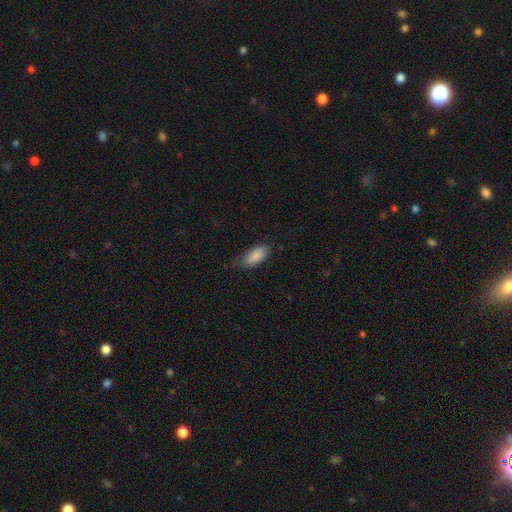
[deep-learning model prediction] A smooth galaxy with no disk features (84%) that is in between round and cigar-shaped (89%).

Vote fractions:
- Smooth or featured? smooth: 84% / featured or disk: 10% / star or artifact: 6%
- How rounded? in between: 89% / cigar-shaped: 9% / round: 2%
- Merging? none: 62% / minor disturbance: 31% / major disturbance: 7% / merger: 1%